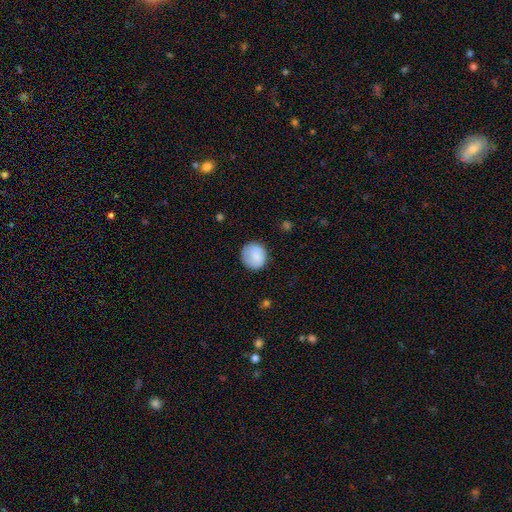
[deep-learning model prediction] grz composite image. It shows a smooth galaxy with no disk features (85%) that is round (89%). Merging: none (83%).